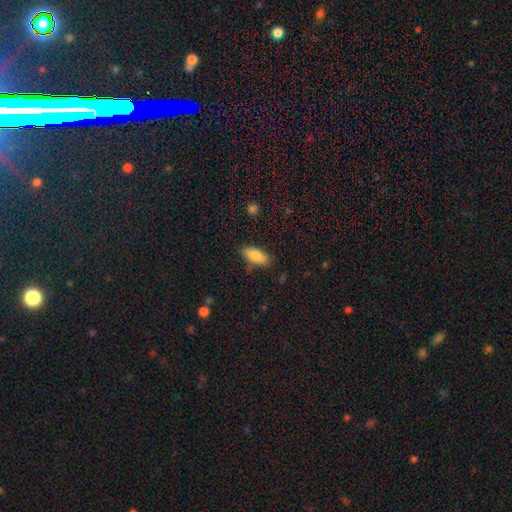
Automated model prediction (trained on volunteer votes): This appears to be a smooth galaxy with no disk features (84%) that is in between round and cigar-shaped (77%). Merging: none (81%).